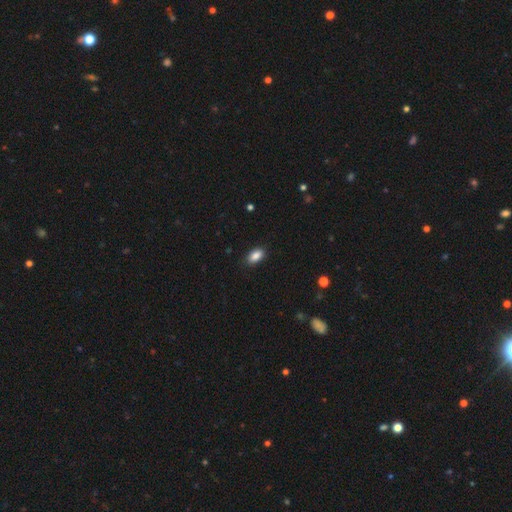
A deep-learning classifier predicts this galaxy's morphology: Smooth or featured? smooth (88%)
How rounded? in between (92%)
Merging? none (86%)